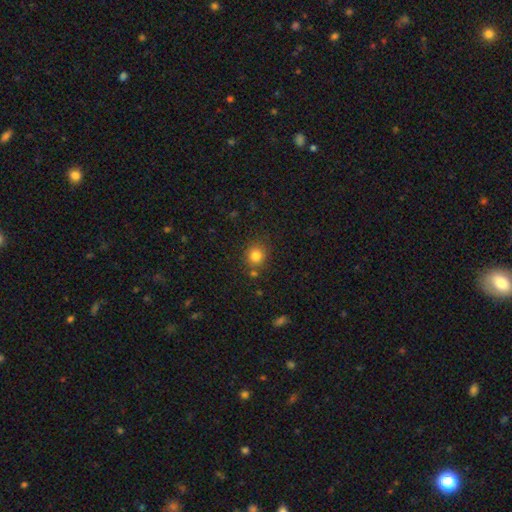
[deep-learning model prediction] smooth_or_featured: smooth (p=0.83) [alt: star or artifact p=0.12]
how_rounded: round (p=0.87) [alt: in between p=0.13]
merging: none (p=0.78) [alt: minor disturbance p=0.11]